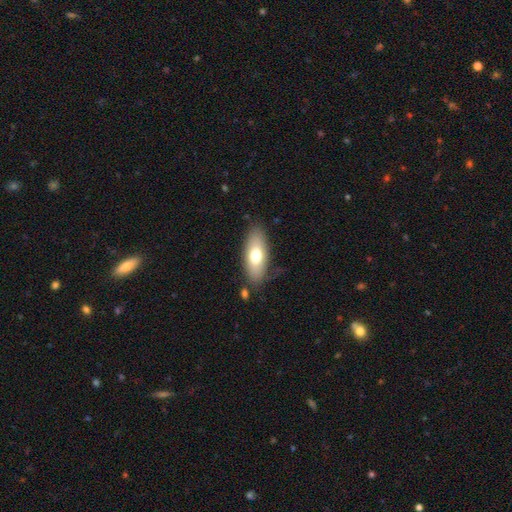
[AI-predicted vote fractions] Morphology: type=smooth (69%); roundness=in between (79%); merging=none (78%).